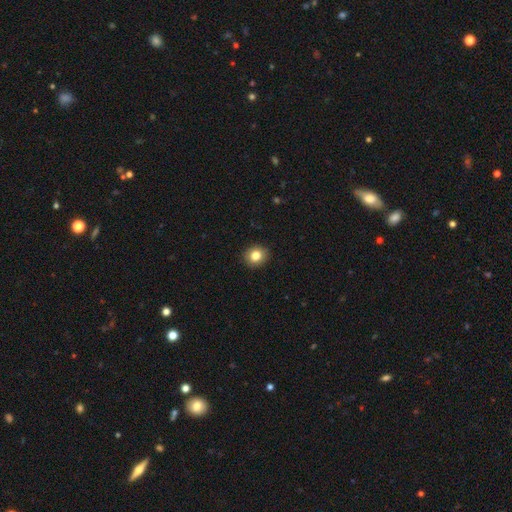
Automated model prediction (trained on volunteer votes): Morphology: type=smooth (83%); roundness=round (75%); merging=none (91%).